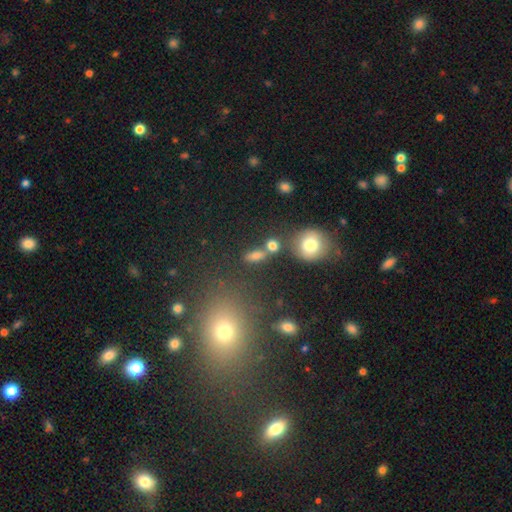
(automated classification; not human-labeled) The model was most divided on "merging": none: 61%, merger: 21%, minor disturbance: 12%, major disturbance: 6%. More confident: smooth or featured — smooth (75%); how rounded — in between (67%).